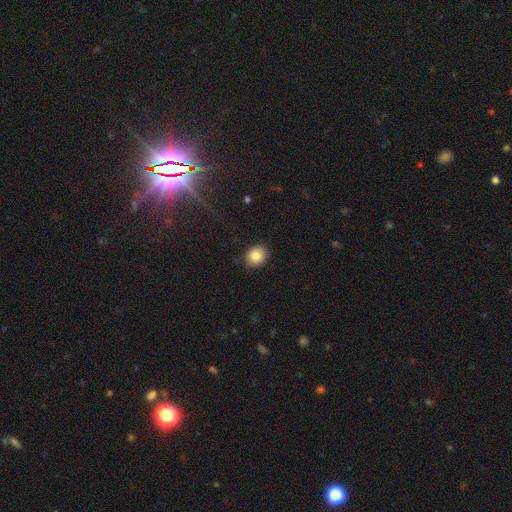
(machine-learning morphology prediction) This appears to be a smooth galaxy with no disk features (85%) that is round (66%). Merging: none (88%).